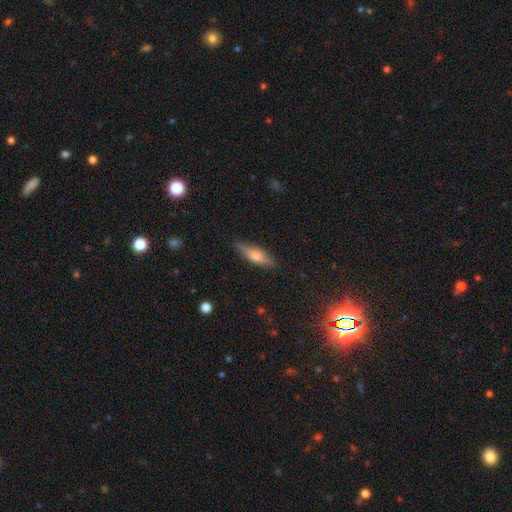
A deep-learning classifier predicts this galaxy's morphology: Q: Smooth or featured?
A: featured or disk (46%); runner-up: smooth (45%)
Q: Merging?
A: none (84%); runner-up: minor disturbance (13%)